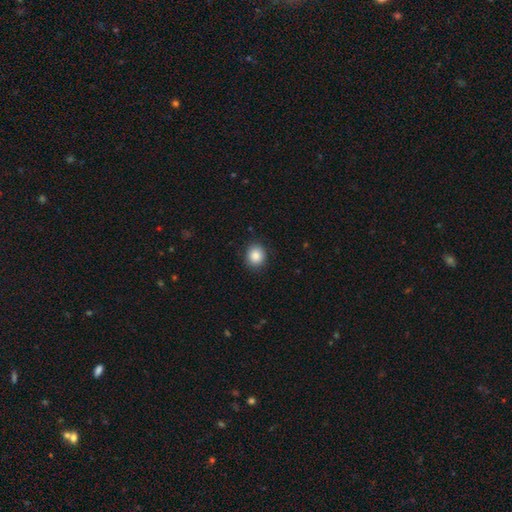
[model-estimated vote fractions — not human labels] This appears to be a smooth galaxy with no disk features (87%) that is round (79%). Merging: none (88%).